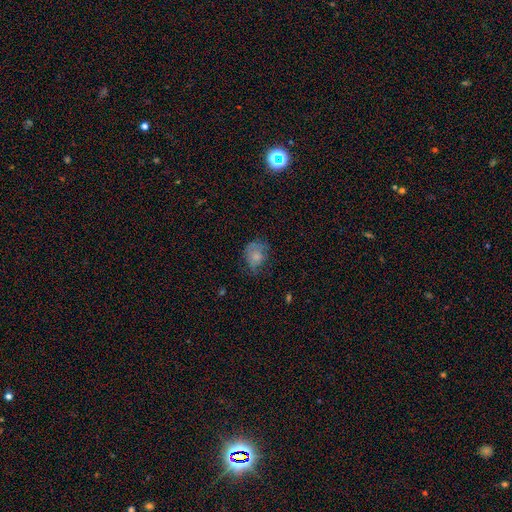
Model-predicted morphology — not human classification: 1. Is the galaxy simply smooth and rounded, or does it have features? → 69% smooth, 20% featured or disk, 11% star or artifact.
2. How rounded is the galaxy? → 52% round, 47% in between, 1% cigar-shaped.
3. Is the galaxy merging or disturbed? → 50% none, 30% minor disturbance, 18% major disturbance, 2% merger.